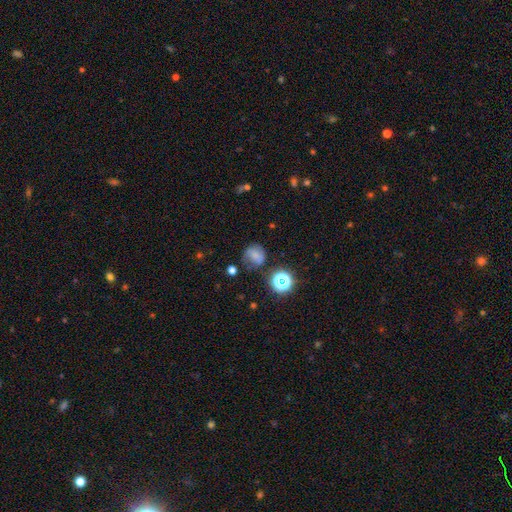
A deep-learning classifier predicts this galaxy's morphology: smooth_or_featured: smooth (p=0.63) [alt: star or artifact p=0.19]
how_rounded: round (p=0.78) [alt: in between p=0.21]
merging: none (p=0.59) [alt: minor disturbance p=0.25]